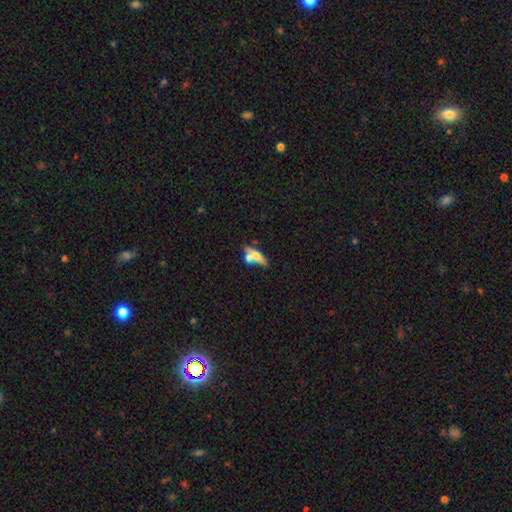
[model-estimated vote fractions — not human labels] smooth-or-featured: smooth: 55% | featured or disk: 37% | star or artifact: 8%
  how-rounded: cigar-shaped: 53% | in between: 41% | round: 7%
  merging: merger: 42% | none: 39% | minor disturbance: 12% | major disturbance: 7%